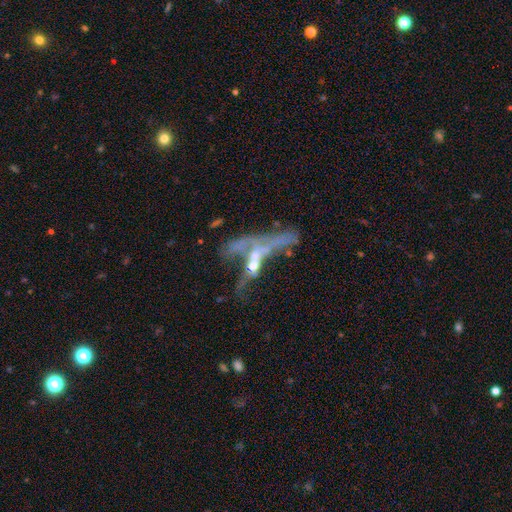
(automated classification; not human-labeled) Smooth or featured? featured or disk (63%)
Edge-on disk? no (67%)
Merging? merger (50%)